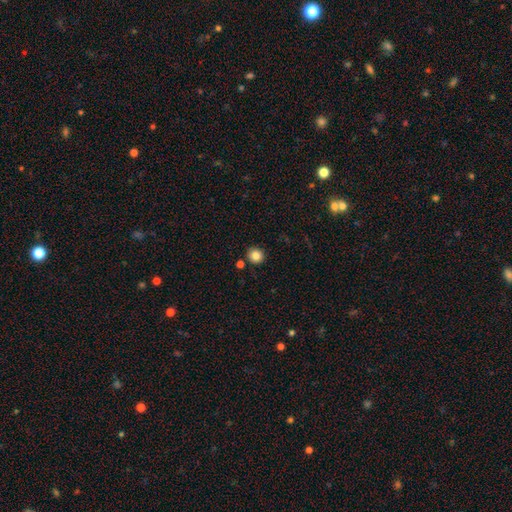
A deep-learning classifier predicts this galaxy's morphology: This is clearly a smooth galaxy (84%). How rounded: clearly round (88%). Merging: clearly none (87%).